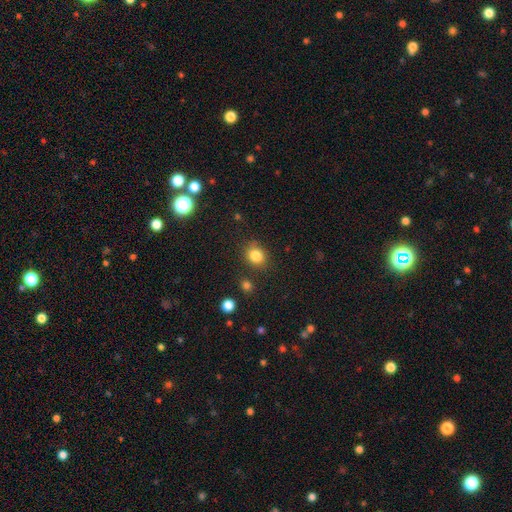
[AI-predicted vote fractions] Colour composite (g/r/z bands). It shows a smooth galaxy with no disk features (83%) that is round (69%). Merging: none (80%).